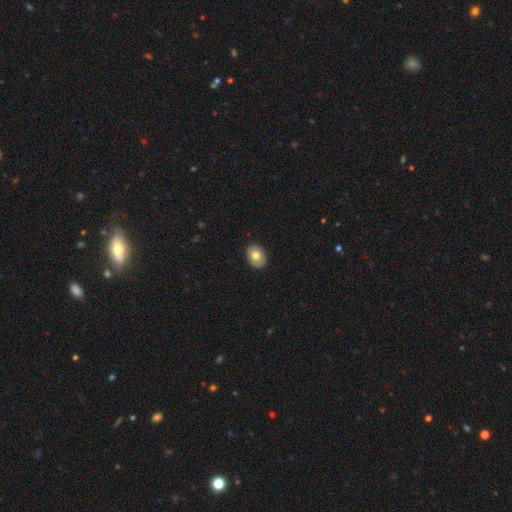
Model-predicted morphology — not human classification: Overall: smooth (72%). How rounded: in between (71%). Merging: none (88%).